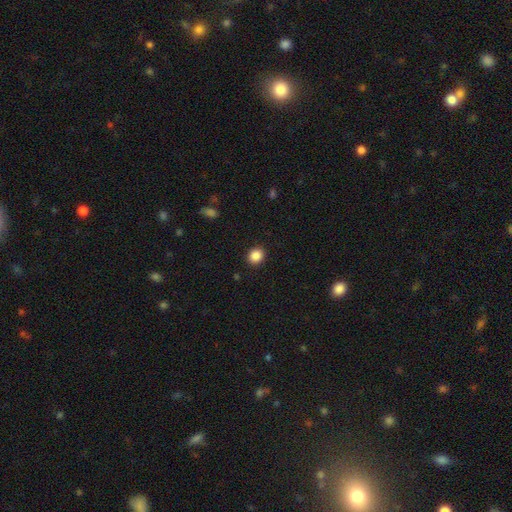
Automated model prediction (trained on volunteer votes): smooth 87%, star or artifact 10%, featured or disk 3%. Down the decision tree: how rounded — round (75%); merging — none (91%).